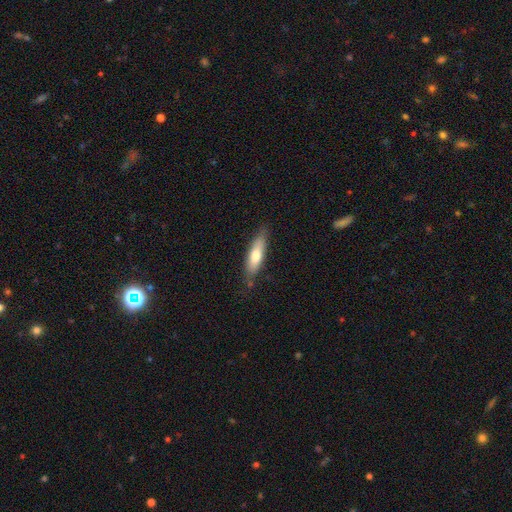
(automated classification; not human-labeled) Smooth or featured? smooth (69%)
How rounded? cigar-shaped (62%)
Merging? none (77%)